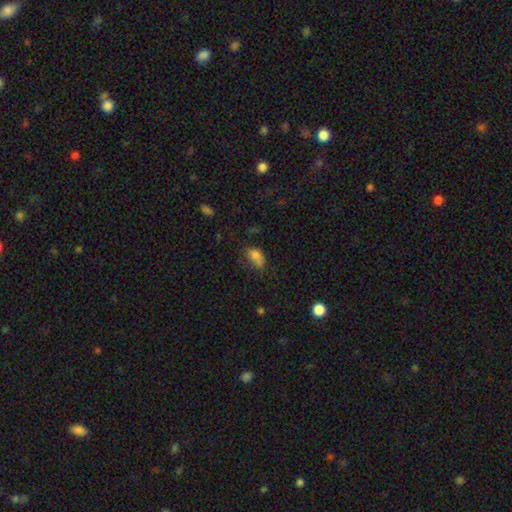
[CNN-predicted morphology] Smooth or featured?
  - smooth: 79% *
  - star or artifact: 12%
  - featured or disk: 10%
How rounded?
  - in between: 85% *
  - round: 13%
  - cigar-shaped: 2%
Merging?
  - none: 43% *
  - minor disturbance: 33%
  - major disturbance: 19%
  - merger: 4%